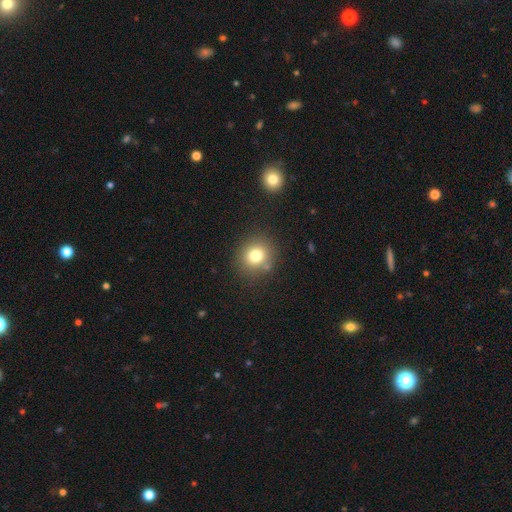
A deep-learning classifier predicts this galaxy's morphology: type=smooth (76%); roundness=round (83%); merging=none (81%).